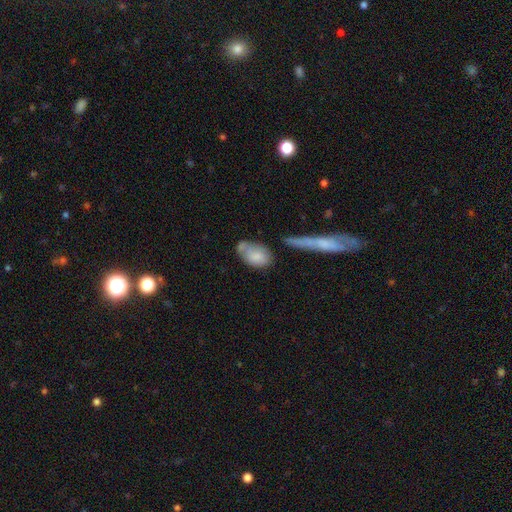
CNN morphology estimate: The model was most divided on "merging": none: 45%, minor disturbance: 28%, merger: 15%, major disturbance: 12%. More confident: how rounded — in between (88%); smooth or featured — smooth (76%).